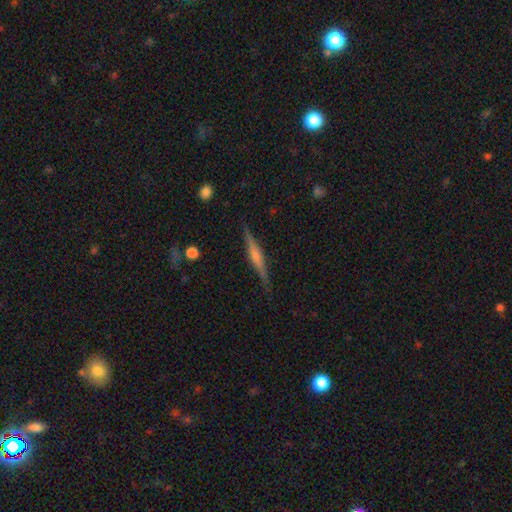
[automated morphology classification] Smooth or featured: featured or disk — 65% (smooth — 28%)
Edge-on disk: yes — 97% (no — 3%)
Edge-on bulge: rounded — 57% (boxy — 24%)
Merging: none — 86% (minor disturbance — 10%)